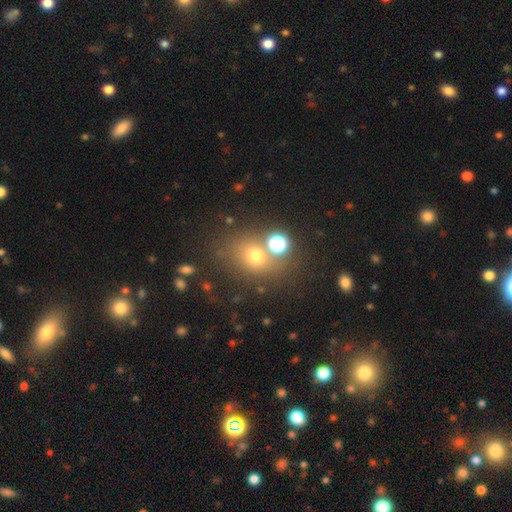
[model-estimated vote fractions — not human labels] Smooth or featured?
  - smooth: 66% *
  - star or artifact: 22%
  - featured or disk: 12%
How rounded?
  - round: 68% *
  - in between: 31%
  - cigar-shaped: 1%
Merging?
  - none: 65% *
  - merger: 17%
  - minor disturbance: 12%
  - major disturbance: 6%